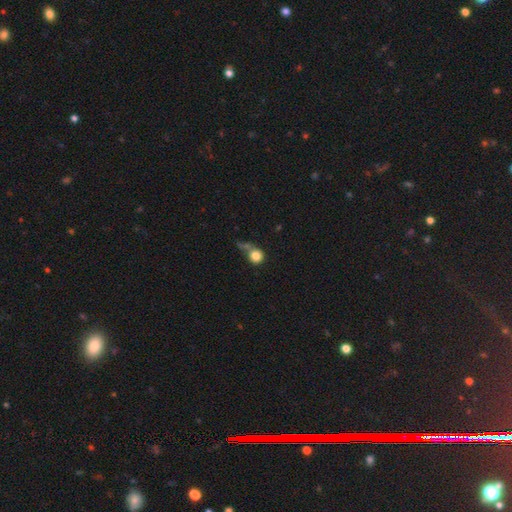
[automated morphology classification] This appears to be a smooth galaxy with no disk features (81%) that is round (88%). Merging: none (43%).